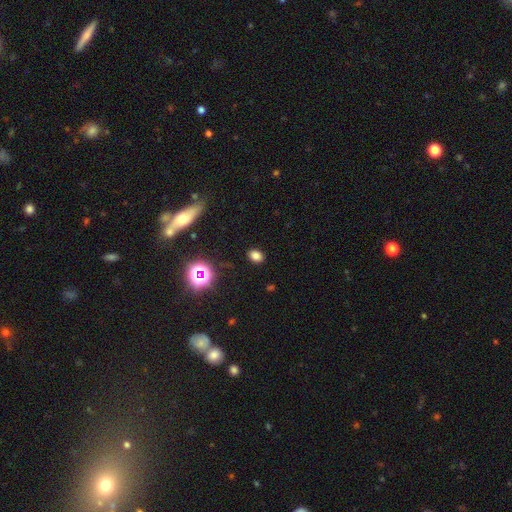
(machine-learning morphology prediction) Smooth or featured?
  - smooth: 75% *
  - star or artifact: 19%
  - featured or disk: 6%
How rounded?
  - in between: 68% *
  - round: 31%
  - cigar-shaped: 1%
Merging?
  - none: 87% *
  - minor disturbance: 9%
  - major disturbance: 3%
  - merger: 1%